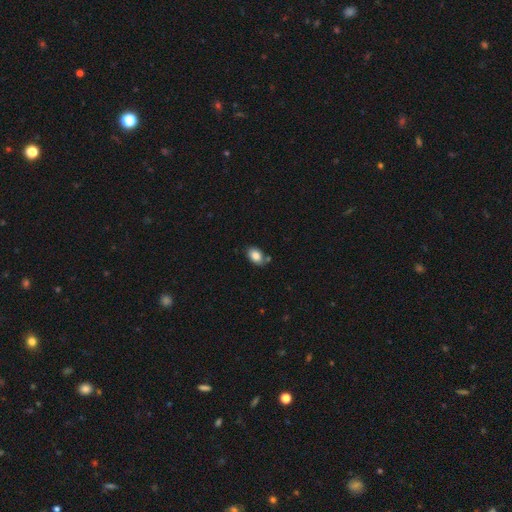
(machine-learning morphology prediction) smooth_or_featured: smooth (p=0.84) [alt: star or artifact p=0.08]
how_rounded: in between (p=0.85) [alt: round p=0.14]
merging: none (p=0.71) [alt: minor disturbance p=0.16]